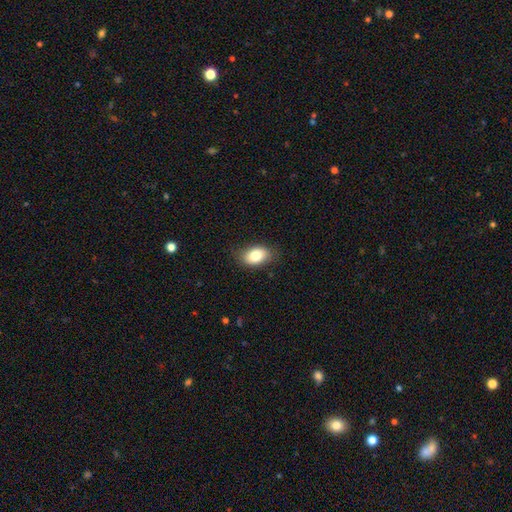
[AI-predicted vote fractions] Smooth or featured?
  - smooth: 80% *
  - featured or disk: 12%
  - star or artifact: 8%
How rounded?
  - in between: 87% *
  - round: 12%
  - cigar-shaped: 1%
Merging?
  - none: 83% *
  - minor disturbance: 13%
  - major disturbance: 3%
  - merger: 1%